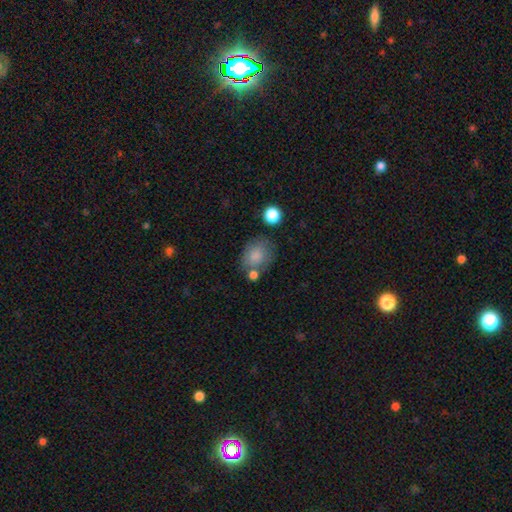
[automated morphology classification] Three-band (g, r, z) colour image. It shows a smooth galaxy with no disk features (82%) that is round (50%). Merging: none (59%).